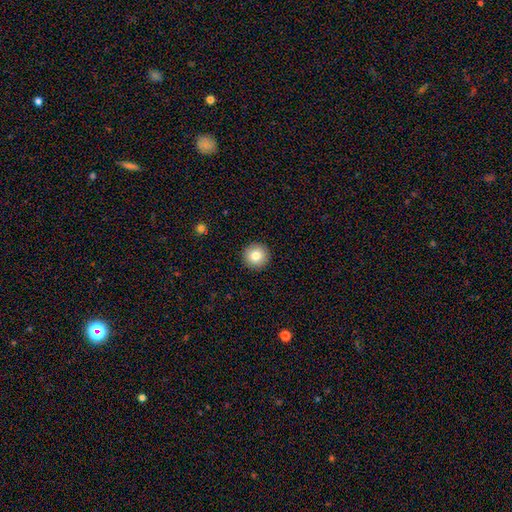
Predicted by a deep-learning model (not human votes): Q: Smooth or featured?
A: smooth (82%); runner-up: star or artifact (9%)
Q: How rounded?
A: round (96%); runner-up: in between (3%)
Q: Merging?
A: none (93%); runner-up: minor disturbance (5%)